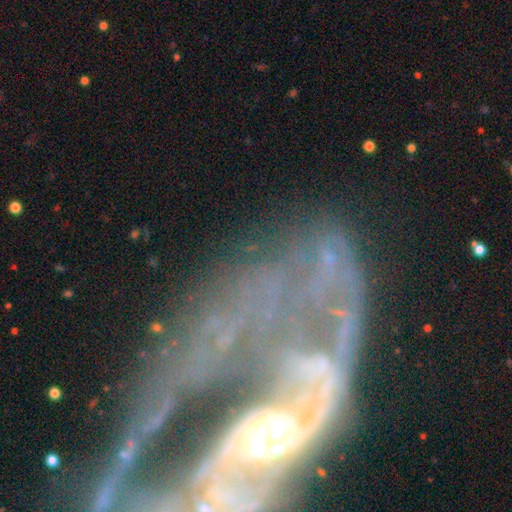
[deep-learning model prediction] Smooth or featured? Predicted: featured or disk (p=0.81). Edge-on disk? Predicted: no (p=0.93). Bar? Predicted: no (p=0.43). Spiral arms? Predicted: yes (p=0.77). Spiral winding? Predicted: loose (p=0.43). Spiral arm count? Predicted: 2 (p=0.53). Bulge size? Predicted: moderate (p=0.58). Merging? Predicted: major disturbance (p=0.43).